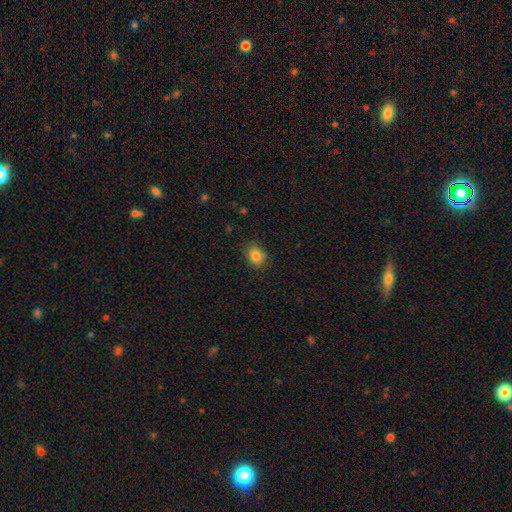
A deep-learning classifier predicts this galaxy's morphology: Smooth or featured?
  - smooth: 84% *
  - star or artifact: 10%
  - featured or disk: 5%
How rounded?
  - round: 58% *
  - in between: 41%
  - cigar-shaped: 1%
Merging?
  - none: 80% *
  - minor disturbance: 15%
  - major disturbance: 3%
  - merger: 1%